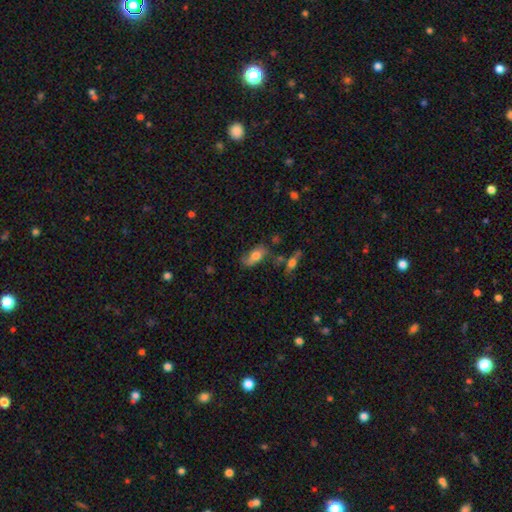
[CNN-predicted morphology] type=smooth (67%); roundness=in between (85%); merging=none (55%).